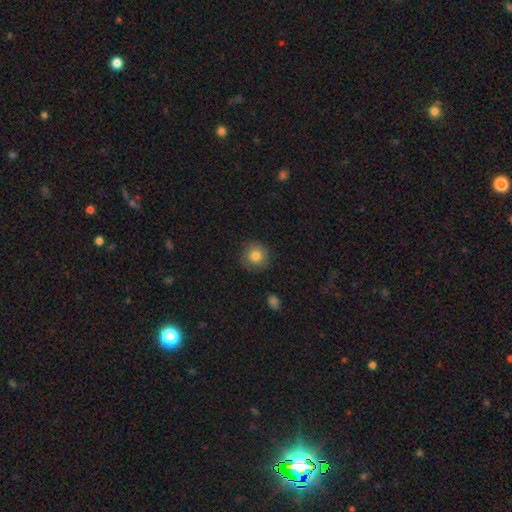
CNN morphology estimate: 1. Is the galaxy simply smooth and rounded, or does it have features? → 80% smooth, 11% featured or disk, 9% star or artifact.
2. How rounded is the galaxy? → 93% round, 6% in between, 1% cigar-shaped.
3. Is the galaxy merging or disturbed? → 85% none, 11% minor disturbance, 3% major disturbance, 1% merger.